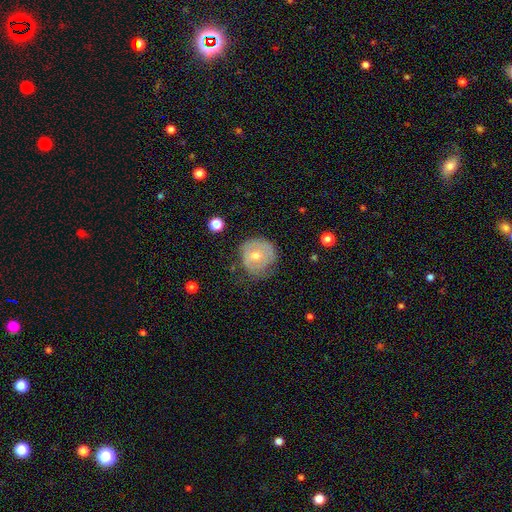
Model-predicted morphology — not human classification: A featured or disk galaxy (52%).

Vote fractions:
- Smooth or featured? featured or disk: 52% / smooth: 41% / star or artifact: 7%
- Edge-on disk? no: 96% / yes: 4%
- Merging? none: 61% / minor disturbance: 27% / major disturbance: 10% / merger: 2%